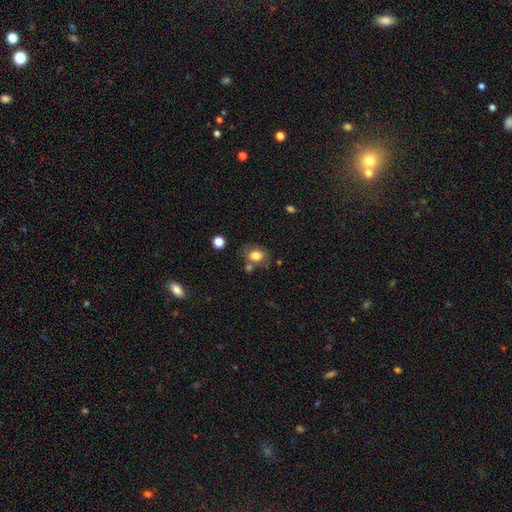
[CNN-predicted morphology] A smooth galaxy with no disk features (79%) that is in between round and cigar-shaped (56%). Merging: none (62%).